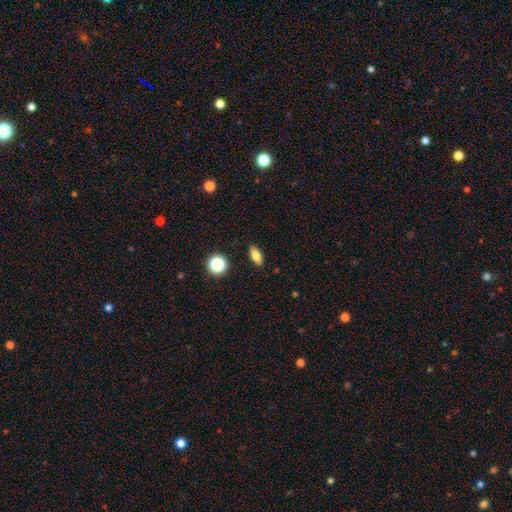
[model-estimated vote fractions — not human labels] smooth 77%, featured or disk 13%, star or artifact 10%. Down the decision tree: how rounded — in between (78%); merging — none (89%).